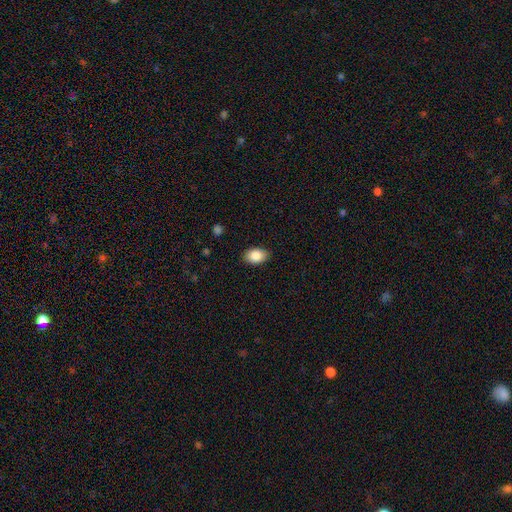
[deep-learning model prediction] smooth_or_featured: smooth (p=0.87) [alt: star or artifact p=0.07]
how_rounded: in between (p=0.84) [alt: round p=0.15]
merging: none (p=0.87) [alt: minor disturbance p=0.10]